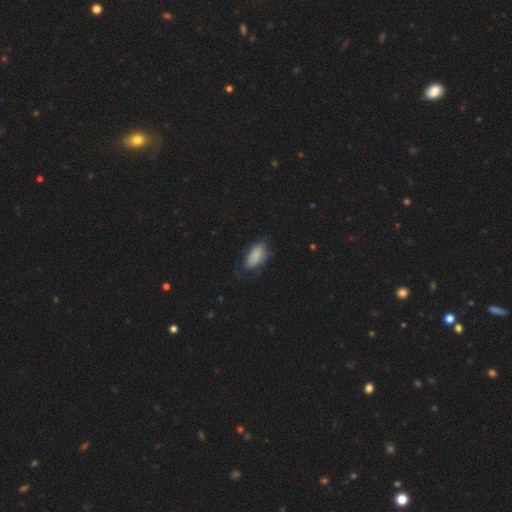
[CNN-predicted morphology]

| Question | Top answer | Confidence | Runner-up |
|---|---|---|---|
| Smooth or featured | smooth | 72% | featured or disk (20%) |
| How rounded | in between | 92% | cigar-shaped (4%) |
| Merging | none | 53% | minor disturbance (29%) |